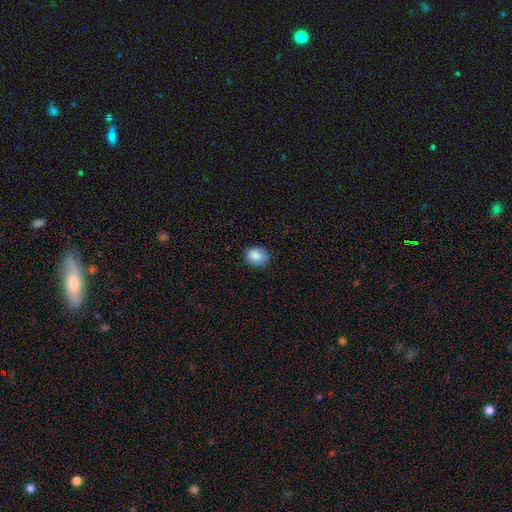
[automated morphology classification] A smooth galaxy with no disk features (87%) that is round (55%). Merging: none (81%).